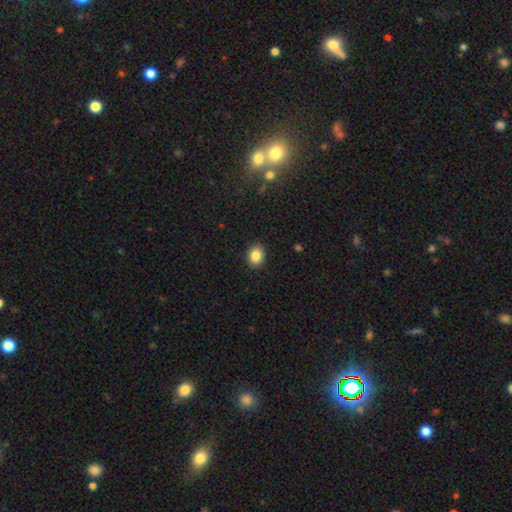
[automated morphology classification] Smooth or featured? Predicted: smooth (p=0.86). How rounded? Predicted: in between (p=0.51). Merging? Predicted: none (p=0.90).